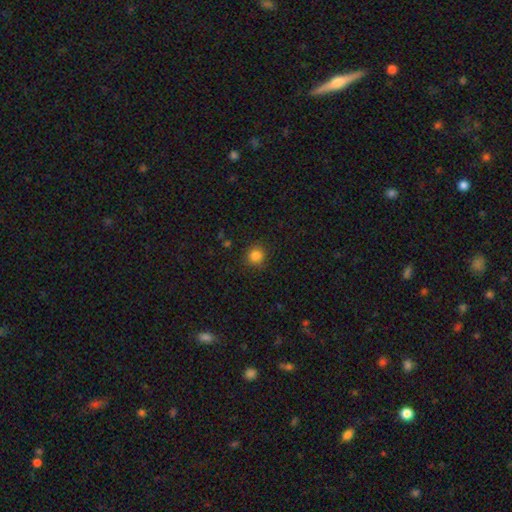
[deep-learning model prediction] Smooth or featured: smooth — 84% (star or artifact — 12%)
How rounded: round — 91% (in between — 8%)
Merging: none — 89% (minor disturbance — 7%)